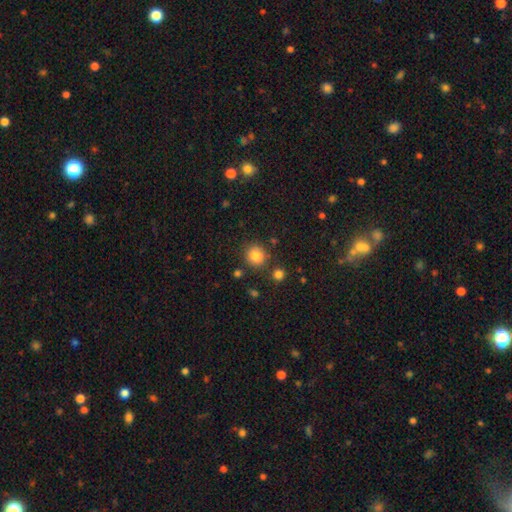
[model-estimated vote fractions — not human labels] A smooth galaxy with no disk features (82%) that is round (89%). Merging: none (83%).